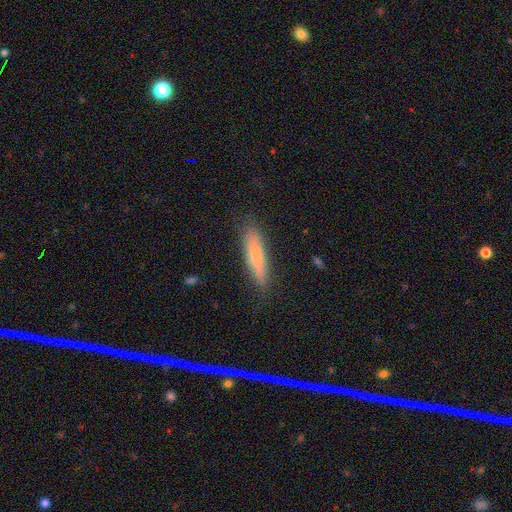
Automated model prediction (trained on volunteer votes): Smooth or featured? Predicted: smooth (p=0.76). How rounded? Predicted: cigar-shaped (p=0.83). Merging? Predicted: none (p=0.85).